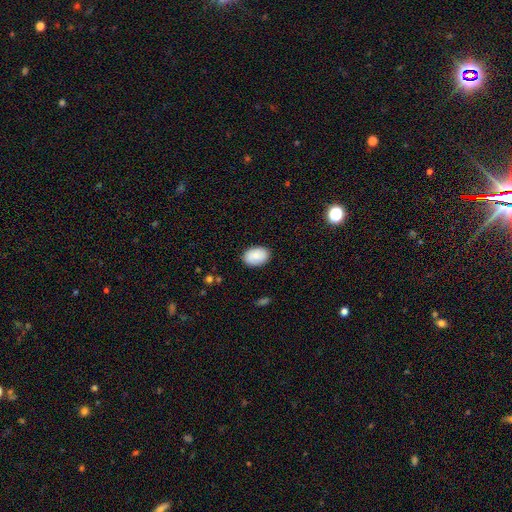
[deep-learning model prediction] smooth-or-featured: smooth: 84% | featured or disk: 9% | star or artifact: 7%
  how-rounded: in between: 86% | round: 13% | cigar-shaped: 1%
  merging: none: 86% | minor disturbance: 11% | major disturbance: 2% | merger: 1%